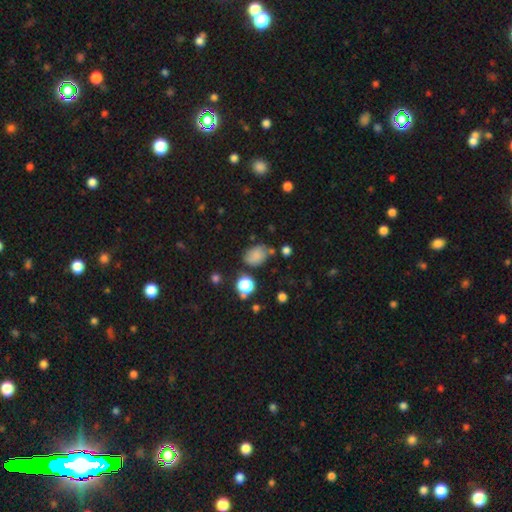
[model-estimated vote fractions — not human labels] This appears to be a smooth galaxy with no disk features (79%) that is in between round and cigar-shaped (69%). Merging: none (65%).